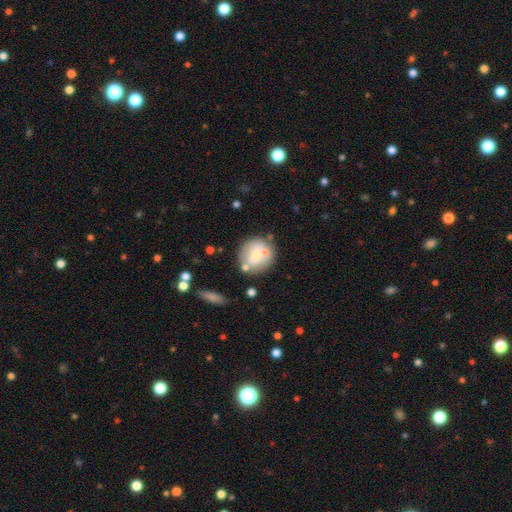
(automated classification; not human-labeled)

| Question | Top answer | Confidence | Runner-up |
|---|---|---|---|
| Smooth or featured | smooth | 57% | featured or disk (35%) |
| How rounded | round | 84% | in between (15%) |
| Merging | none | 60% | merger (18%) |